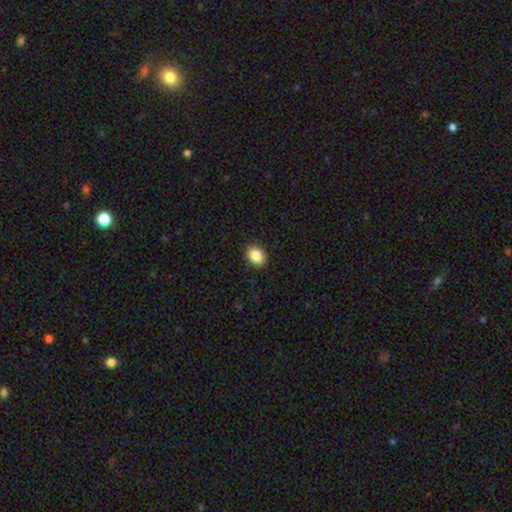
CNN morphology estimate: Smooth or featured? Predicted: smooth (p=0.87). How rounded? Predicted: in between (p=0.63). Merging? Predicted: none (p=0.89).